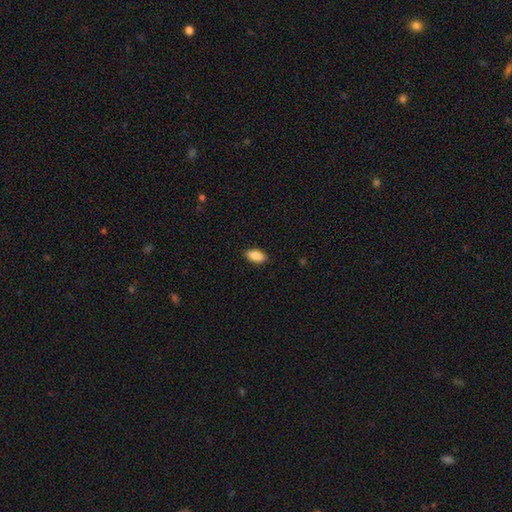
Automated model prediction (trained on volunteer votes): smooth 89%, star or artifact 7%, featured or disk 4%. Down the decision tree: how rounded — in between (92%); merging — none (88%).